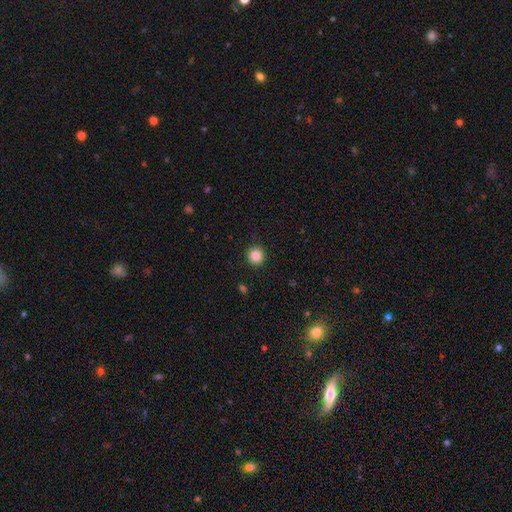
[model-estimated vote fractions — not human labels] smooth_or_featured: smooth (p=0.85) [alt: star or artifact p=0.10]
how_rounded: round (p=0.94) [alt: in between p=0.06]
merging: none (p=0.92) [alt: minor disturbance p=0.05]